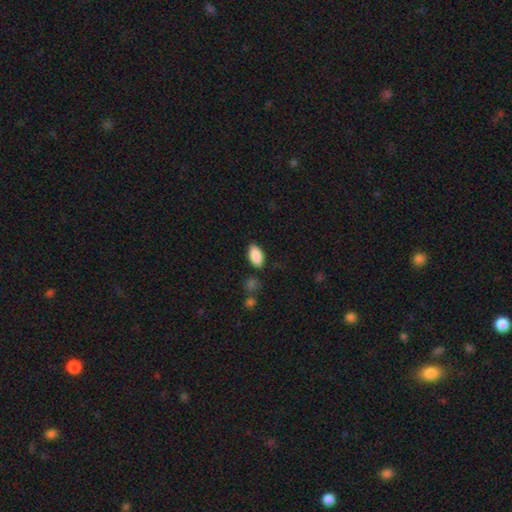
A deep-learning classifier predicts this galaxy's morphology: A smooth galaxy with no disk features (88%) that is in between round and cigar-shaped (93%). Merging: none (82%).